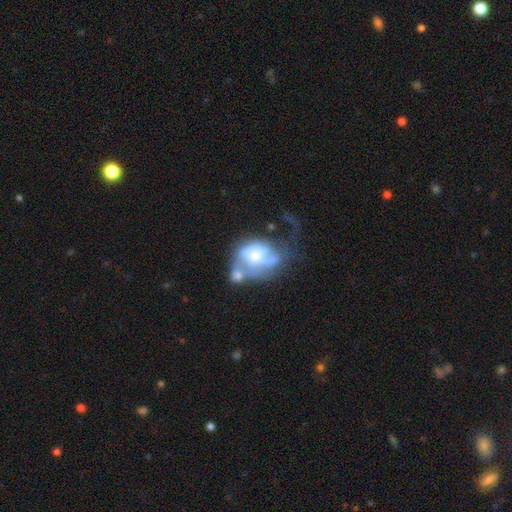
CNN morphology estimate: Overall: featured or disk (66%; smooth 26%). Edge-on disk: no (97%). Bar: no (71%). Spiral arms: yes (59%; no 41%). Bulge size: moderate (42%; small 38%). Merging: major disturbance (38%; merger 31%).